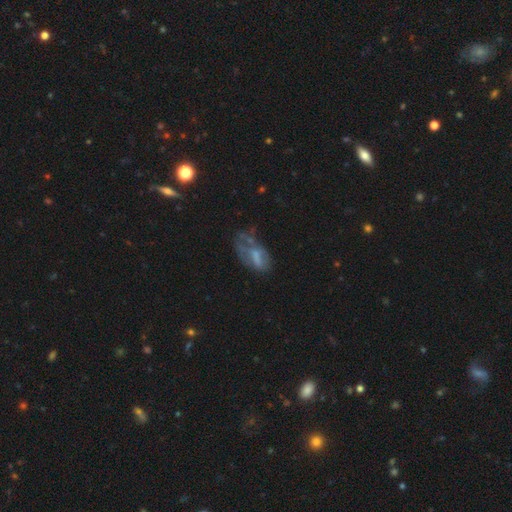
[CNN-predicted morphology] This is possibly a featured or disk galaxy (45%). Merging: marginally none (33%, tied with major disturbance).